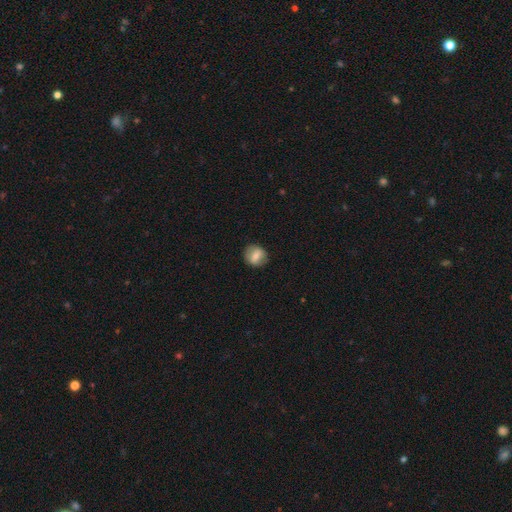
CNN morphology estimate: smooth_or_featured: smooth (p=0.67) [alt: featured or disk p=0.25]
how_rounded: round (p=0.75) [alt: in between p=0.24]
merging: none (p=0.84) [alt: minor disturbance p=0.11]